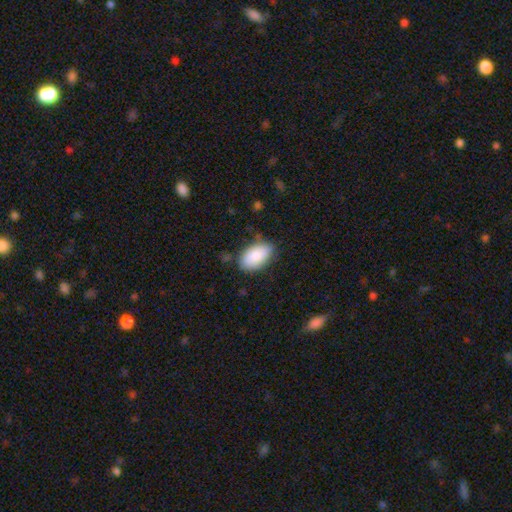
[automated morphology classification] The model was most divided on "merging": none: 77%, minor disturbance: 17%, major disturbance: 4%, merger: 2%. More confident: how rounded — in between (94%); smooth or featured — smooth (87%).